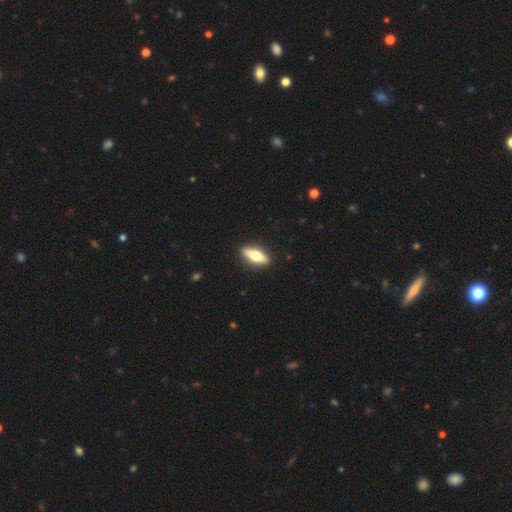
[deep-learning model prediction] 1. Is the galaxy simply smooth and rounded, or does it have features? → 52% smooth, 42% featured or disk, 6% star or artifact.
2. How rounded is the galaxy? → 64% in between, 32% cigar-shaped, 4% round.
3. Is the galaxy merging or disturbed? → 90% none, 7% minor disturbance, 2% major disturbance, 1% merger.